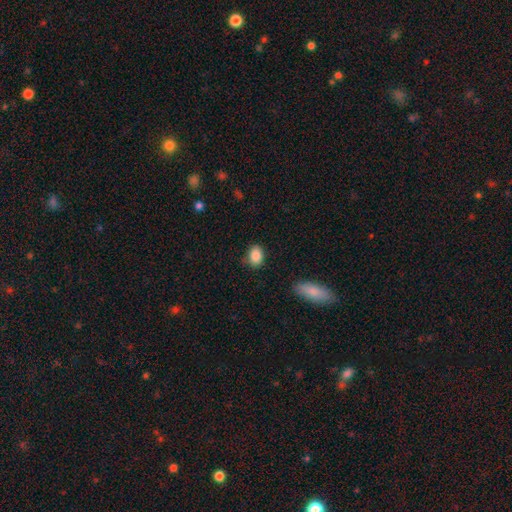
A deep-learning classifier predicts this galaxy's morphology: This is clearly a smooth galaxy (87%). How rounded: likely in between (72%). Merging: likely none (78%).